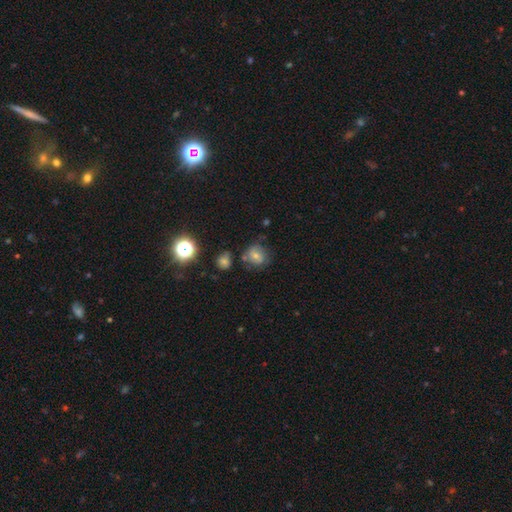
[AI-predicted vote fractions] Smooth or featured? smooth (59%)
How rounded? round (74%)
Merging? none (63%)